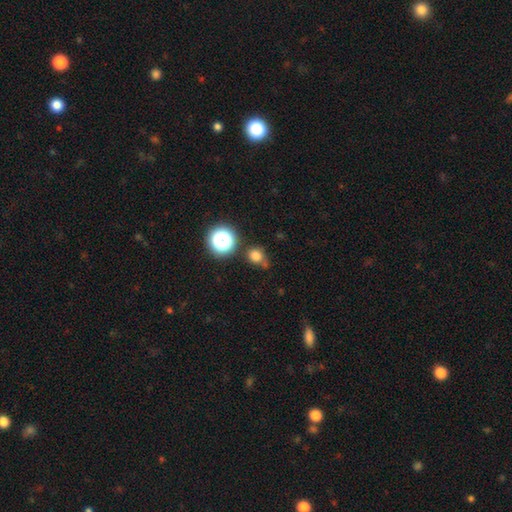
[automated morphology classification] A smooth galaxy with no disk features (75%) that is round (81%). Merging: none (67%).